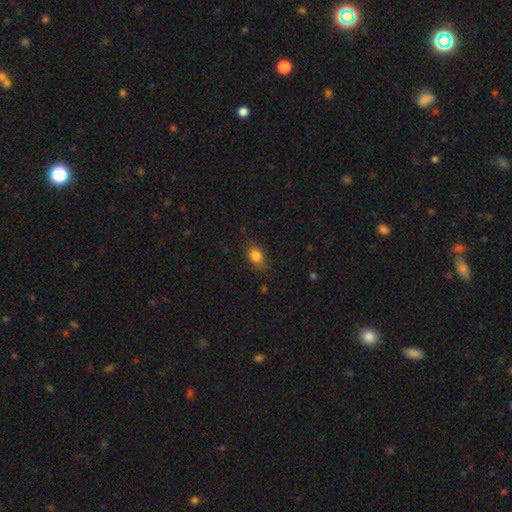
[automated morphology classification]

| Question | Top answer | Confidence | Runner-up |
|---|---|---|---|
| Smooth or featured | smooth | 83% | star or artifact (11%) |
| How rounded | in between | 57% | round (41%) |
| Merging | none | 76% | minor disturbance (18%) |